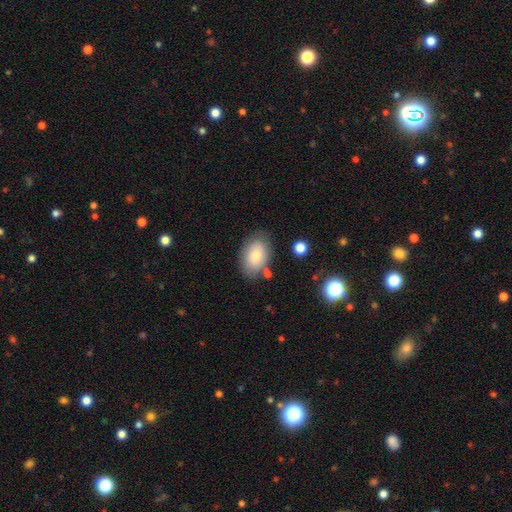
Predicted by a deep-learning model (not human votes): smooth_or_featured: smooth (p=0.80) [alt: featured or disk p=0.13]
how_rounded: in between (p=0.88) [alt: round p=0.11]
merging: none (p=0.73) [alt: minor disturbance p=0.17]